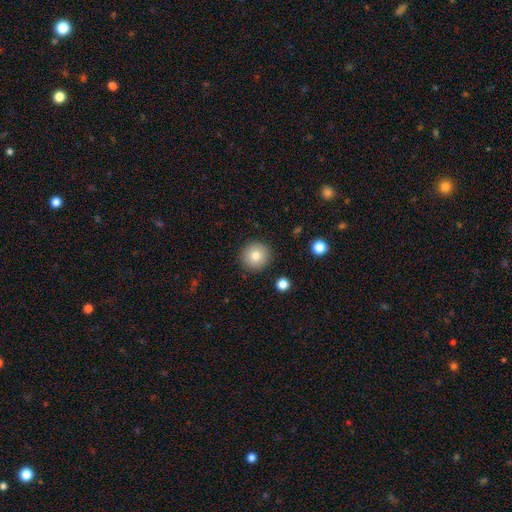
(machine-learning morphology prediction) smooth 80%, featured or disk 10%, star or artifact 10%. Down the decision tree: how rounded — round (94%); merging — none (90%).